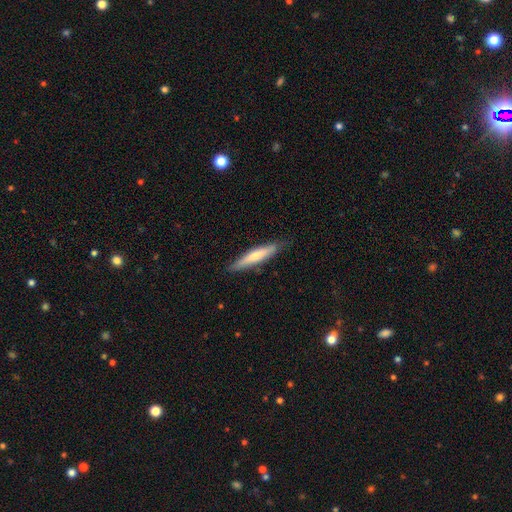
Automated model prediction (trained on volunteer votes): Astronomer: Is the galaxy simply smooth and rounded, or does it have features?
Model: smooth — 64%.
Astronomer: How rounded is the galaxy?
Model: cigar-shaped — 89%.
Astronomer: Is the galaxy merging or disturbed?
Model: none — 81%.